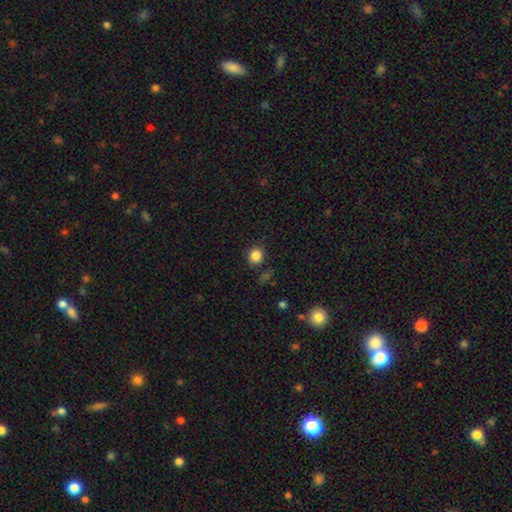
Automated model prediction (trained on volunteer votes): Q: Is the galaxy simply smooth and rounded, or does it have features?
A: smooth — 84%.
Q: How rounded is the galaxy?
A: round — 83%.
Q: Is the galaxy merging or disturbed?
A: none — 83%.